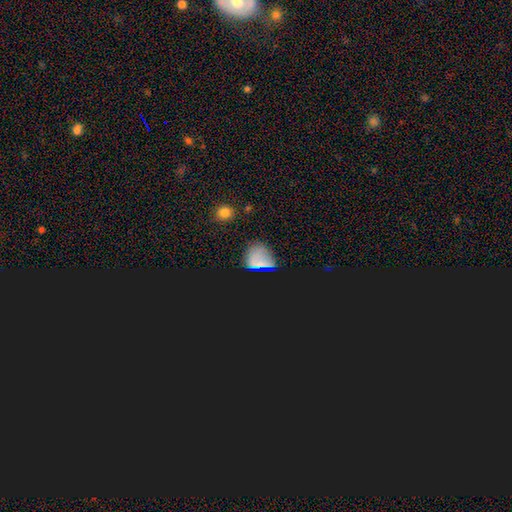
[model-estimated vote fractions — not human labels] Smooth or featured?
  - star or artifact: 53% *
  - smooth: 37%
  - featured or disk: 10%